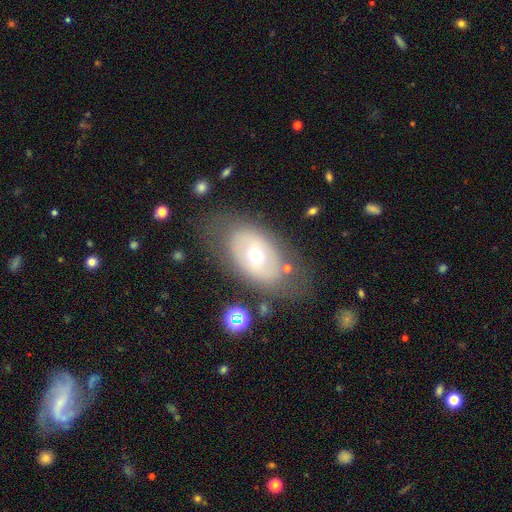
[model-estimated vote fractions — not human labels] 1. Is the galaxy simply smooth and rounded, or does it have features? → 46% smooth (tied), 46% featured or disk (tied), 9% star or artifact.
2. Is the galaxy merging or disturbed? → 70% none, 17% minor disturbance, 10% major disturbance, 3% merger.